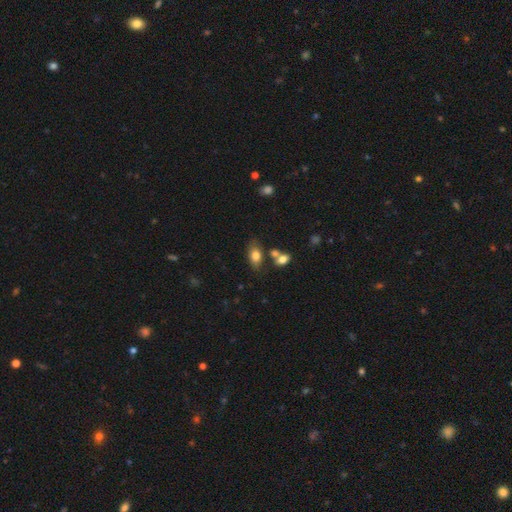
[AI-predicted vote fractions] Q: Smooth or featured?
A: smooth (78%); runner-up: featured or disk (13%)
Q: How rounded?
A: in between (86%); runner-up: round (11%)
Q: Merging?
A: none (64%); runner-up: merger (17%)